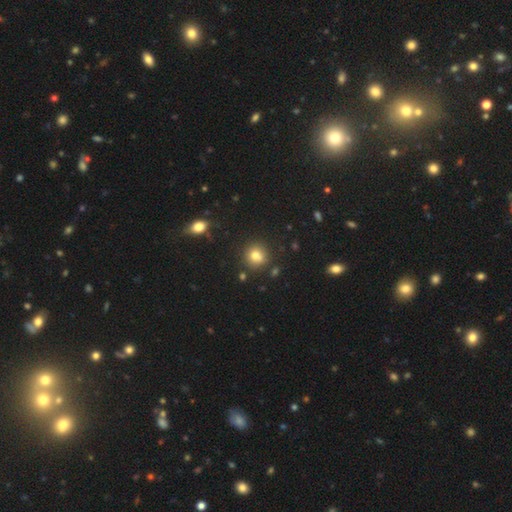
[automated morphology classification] smooth-or-featured: smooth: 80% | star or artifact: 12% | featured or disk: 8%
  how-rounded: round: 86% | in between: 13% | cigar-shaped: 1%
  merging: none: 83% | minor disturbance: 10% | merger: 4% | major disturbance: 3%